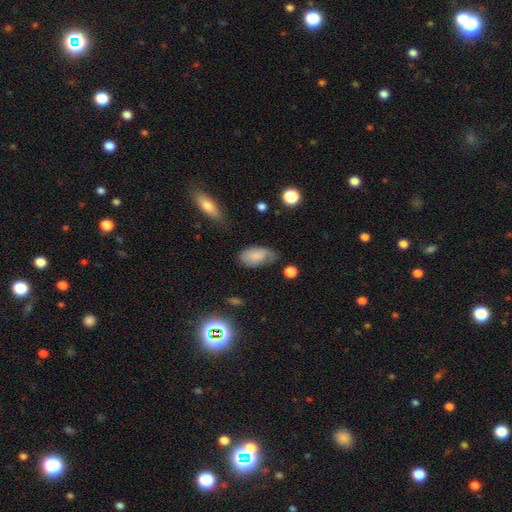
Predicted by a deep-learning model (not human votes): A smooth galaxy with no disk features (75%) that is in between round and cigar-shaped (93%). Merging: none (51%).